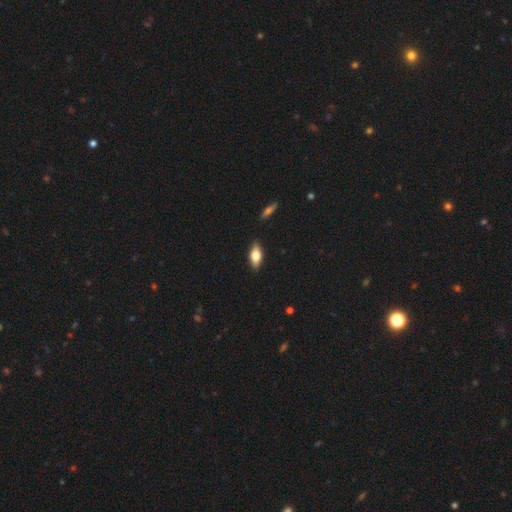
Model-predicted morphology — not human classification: smooth-or-featured: smooth: 64% | featured or disk: 29% | star or artifact: 7%
  how-rounded: in between: 79% | cigar-shaped: 17% | round: 3%
  merging: none: 88% | minor disturbance: 9% | major disturbance: 2% | merger: 1%